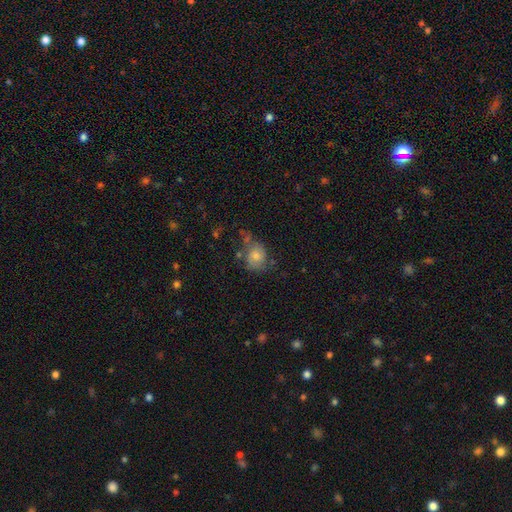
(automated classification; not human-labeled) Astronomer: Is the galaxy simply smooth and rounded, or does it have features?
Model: smooth — 54% (runner-up: featured or disk, 32%).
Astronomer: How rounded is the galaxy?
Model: round — 62% (runner-up: in between, 37%).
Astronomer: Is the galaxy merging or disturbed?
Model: none — 48% (runner-up: minor disturbance, 27%).